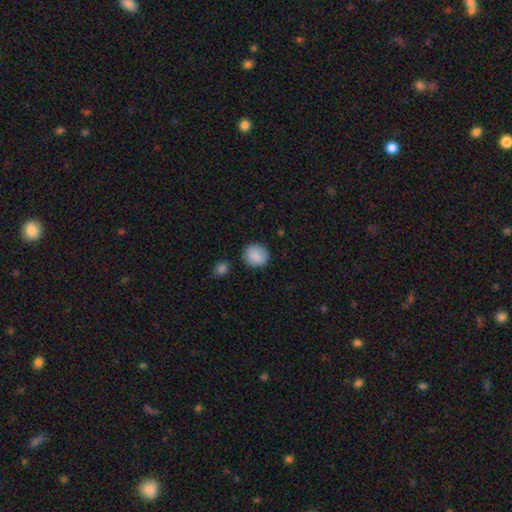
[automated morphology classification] type=smooth (88%); roundness=round (83%); merging=none (85%).